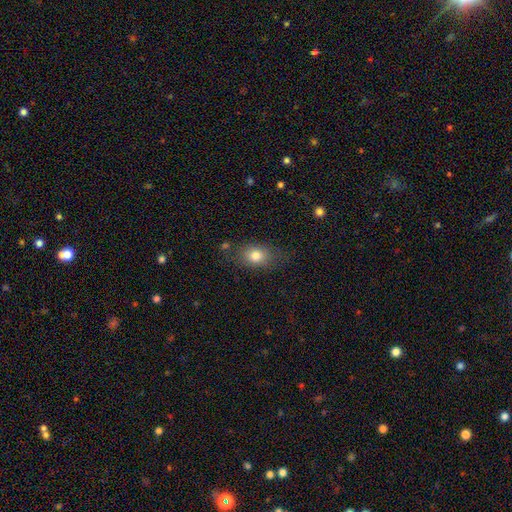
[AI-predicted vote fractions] smooth_or_featured: smooth (p=0.78) [alt: featured or disk p=0.12]
how_rounded: in between (p=0.68) [alt: round p=0.29]
merging: none (p=0.71) [alt: minor disturbance p=0.19]